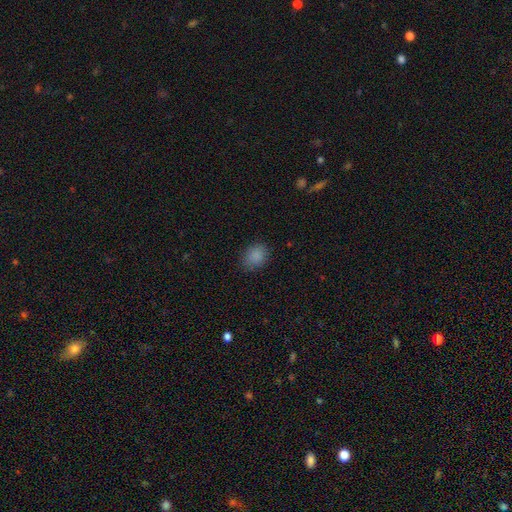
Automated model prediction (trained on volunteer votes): smooth_or_featured: smooth (p=0.86) [alt: star or artifact p=0.10]
how_rounded: round (p=0.52) [alt: in between p=0.47]
merging: none (p=0.81) [alt: minor disturbance p=0.15]